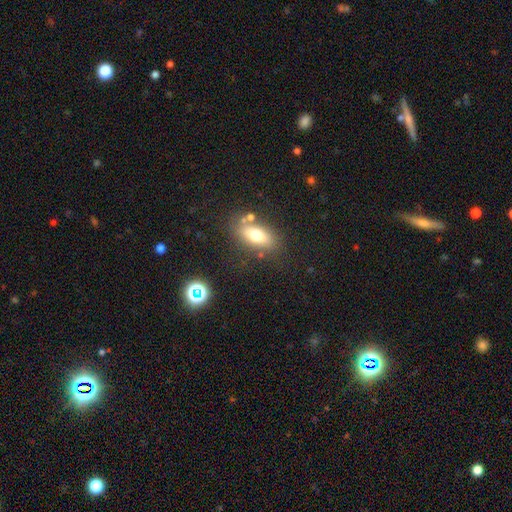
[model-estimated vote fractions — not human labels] Smooth or featured? smooth (56%)
How rounded? in between (66%)
Merging? none (73%)